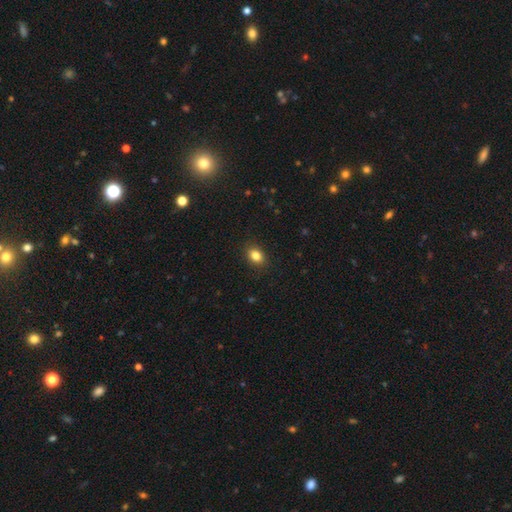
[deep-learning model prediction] Overall: smooth (84%). How rounded: in between (67%; round 32%). Merging: none (88%).